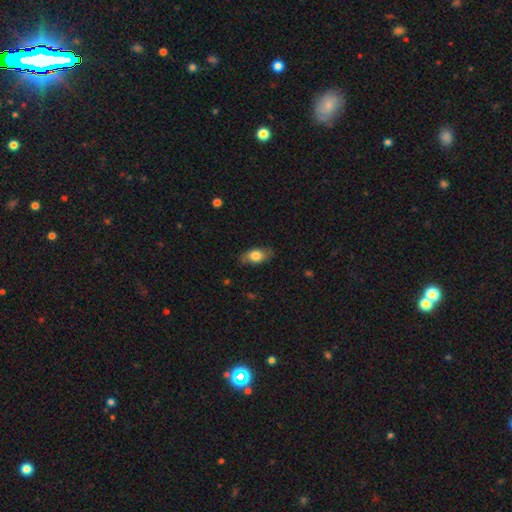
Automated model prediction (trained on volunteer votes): Smooth or featured? Predicted: smooth (p=0.77). How rounded? Predicted: in between (p=0.87). Merging? Predicted: none (p=0.78).